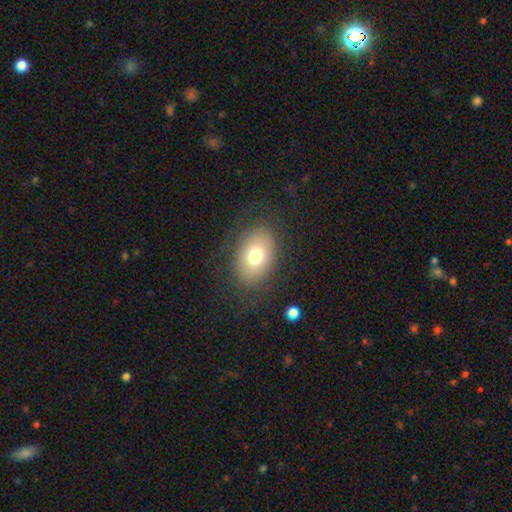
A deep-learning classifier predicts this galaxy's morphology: type=smooth (71%); roundness=in between (78%); merging=none (78%).